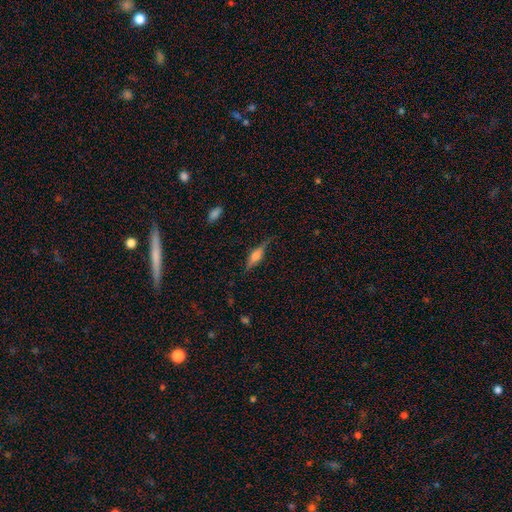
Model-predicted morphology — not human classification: featured or disk 56%, smooth 36%, star or artifact 8%. Down the decision tree: edge-on disk — yes (95%); edge-on bulge — rounded (78%); merging — none (74%).